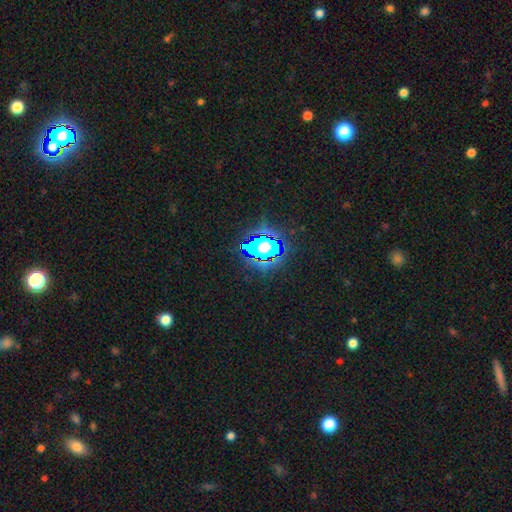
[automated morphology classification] A star or artifact, not a galaxy (81%).

Vote fractions:
- Smooth or featured? star or artifact: 81% / smooth: 12% / featured or disk: 7%